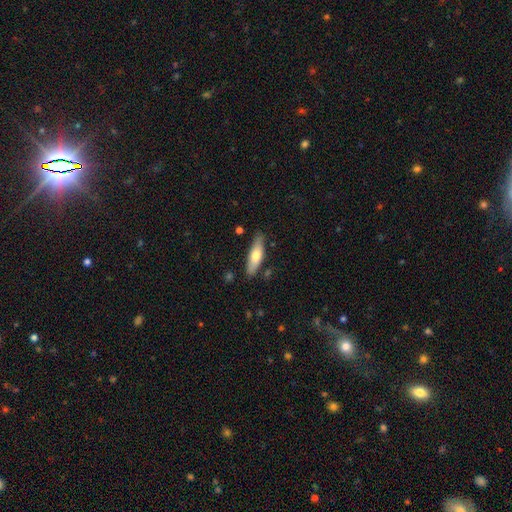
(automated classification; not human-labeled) This is likely a smooth galaxy (66%). How rounded: possibly cigar-shaped (53%). Merging: clearly none (81%).